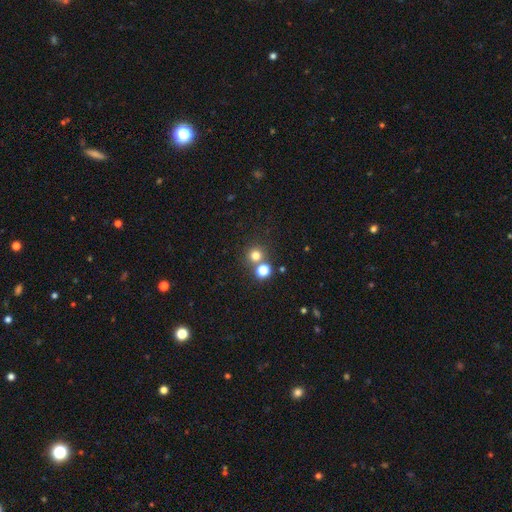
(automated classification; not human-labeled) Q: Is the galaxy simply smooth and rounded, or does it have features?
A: smooth — 75%.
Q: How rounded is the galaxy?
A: round — 92%.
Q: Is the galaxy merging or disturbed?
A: none — 67%.